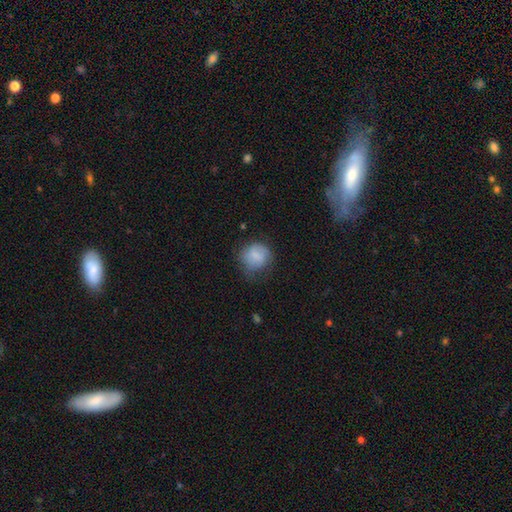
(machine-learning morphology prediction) Smooth or featured? smooth (76%)
How rounded? round (80%)
Merging? none (54%)